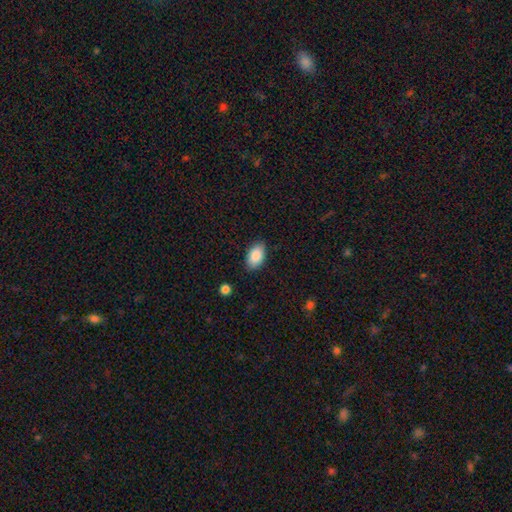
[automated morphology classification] This is clearly a smooth galaxy (88%). How rounded: clearly in between (93%). Merging: clearly none (85%).